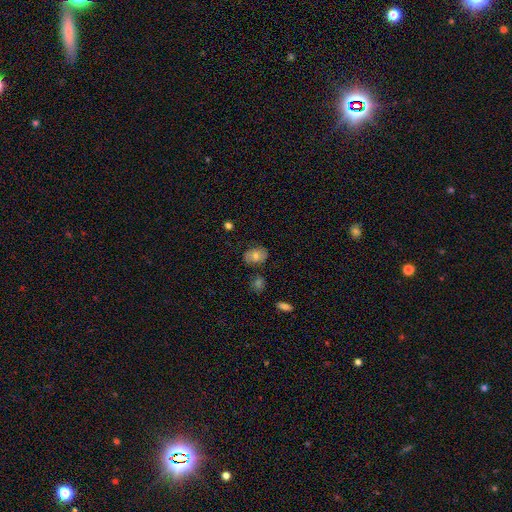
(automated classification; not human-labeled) smooth 68%, featured or disk 22%, star or artifact 9%. Down the decision tree: how rounded — in between (70%); merging — none (75%).